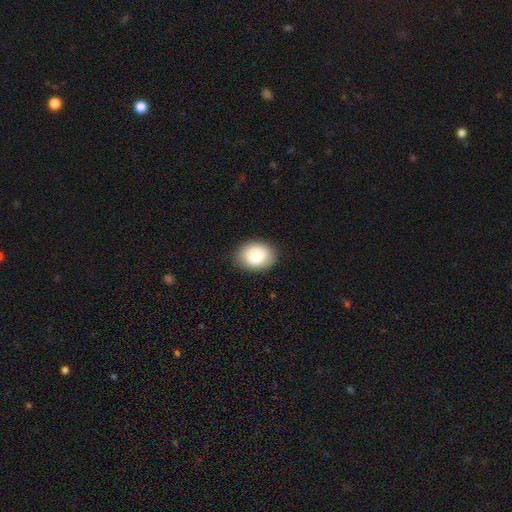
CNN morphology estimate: This appears to be a smooth galaxy with no disk features (83%) that is in between round and cigar-shaped (71%). Merging: none (86%).